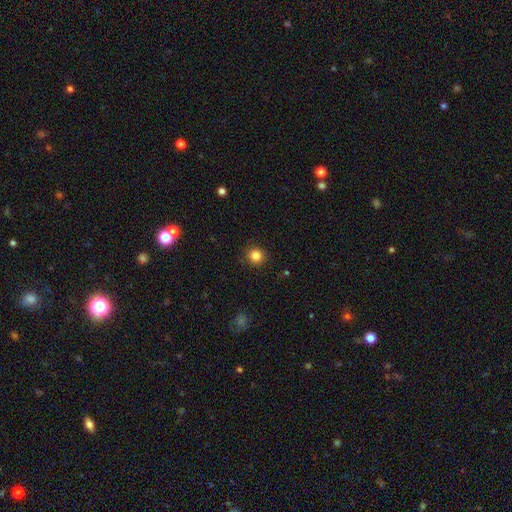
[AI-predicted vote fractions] smooth_or_featured: smooth (p=0.84) [alt: star or artifact p=0.11]
how_rounded: round (p=0.91) [alt: in between p=0.08]
merging: none (p=0.89) [alt: minor disturbance p=0.07]